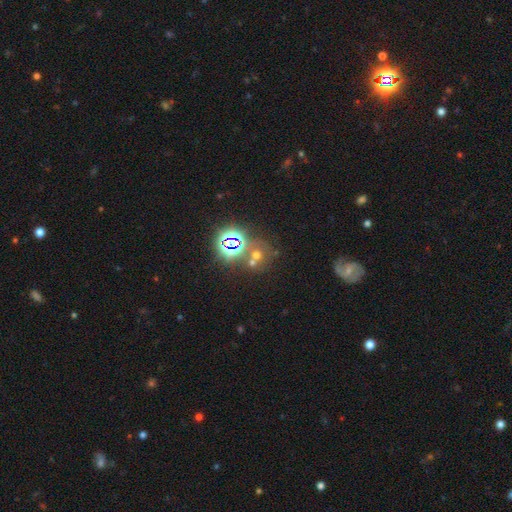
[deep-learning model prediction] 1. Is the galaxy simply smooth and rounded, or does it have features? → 47% star or artifact, 41% smooth, 12% featured or disk.